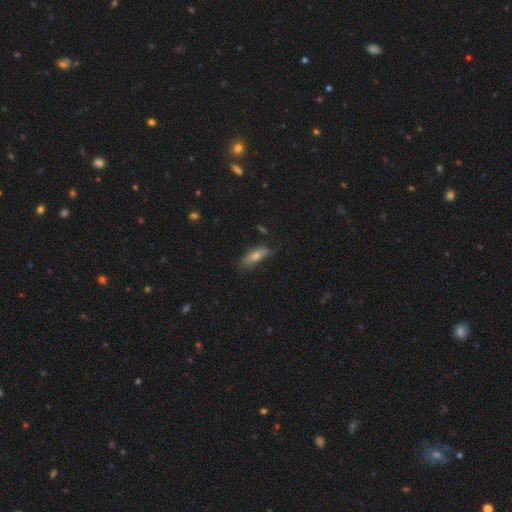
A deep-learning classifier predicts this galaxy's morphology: Smooth or featured? smooth (68%)
How rounded? cigar-shaped (58%)
Merging? none (68%)